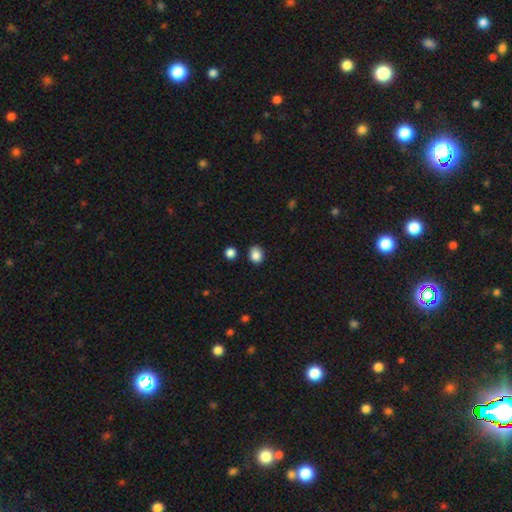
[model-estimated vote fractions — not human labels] Morphology: type=smooth (86%); roundness=round (58%); merging=none (79%).